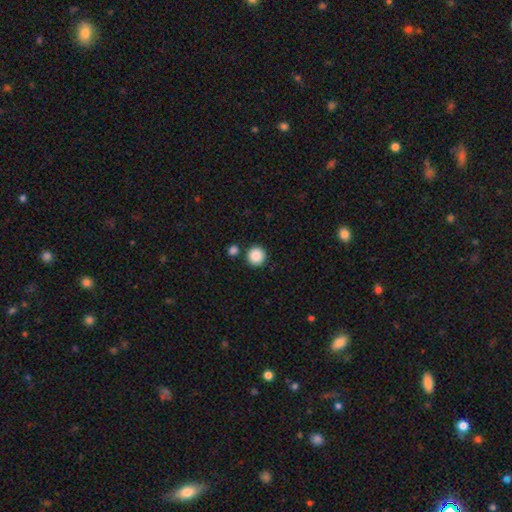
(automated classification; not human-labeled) Smooth or featured? smooth (88%)
How rounded? round (95%)
Merging? none (86%)